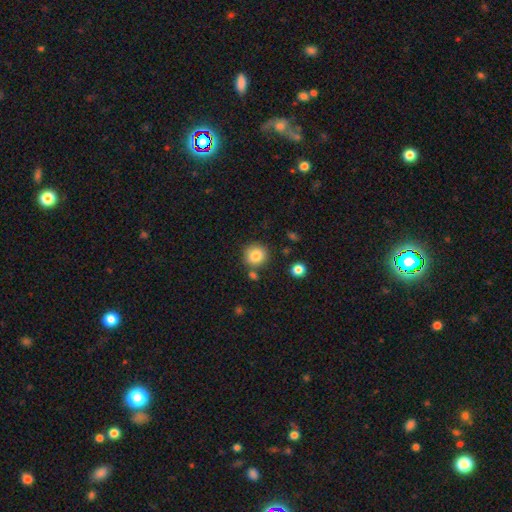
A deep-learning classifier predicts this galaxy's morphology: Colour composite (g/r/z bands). It shows a smooth galaxy with no disk features (84%) that is round (91%). Merging: none (80%).